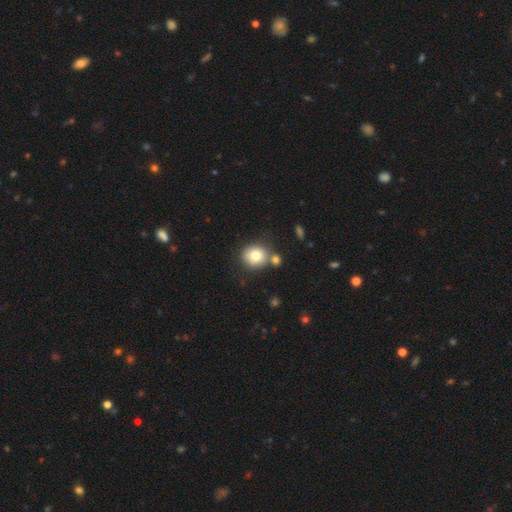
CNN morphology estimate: Overall: smooth (80%). How rounded: round (81%). Merging: none (66%).